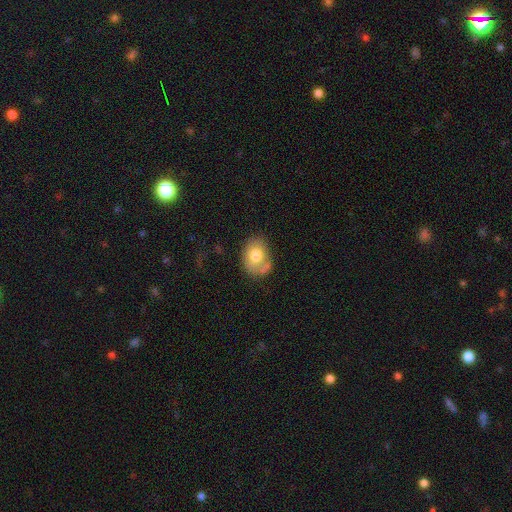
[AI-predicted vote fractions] smooth_or_featured: smooth (p=0.71) [alt: featured or disk p=0.21]
how_rounded: in between (p=0.69) [alt: round p=0.30]
merging: none (p=0.52) [alt: minor disturbance p=0.26]